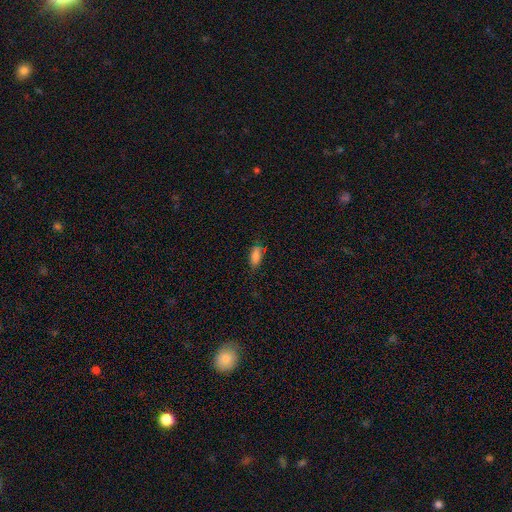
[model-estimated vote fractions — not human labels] Smooth or featured?
  - smooth: 83% *
  - star or artifact: 9%
  - featured or disk: 8%
How rounded?
  - in between: 85% *
  - cigar-shaped: 13%
  - round: 3%
Merging?
  - none: 73% *
  - minor disturbance: 20%
  - major disturbance: 5%
  - merger: 2%